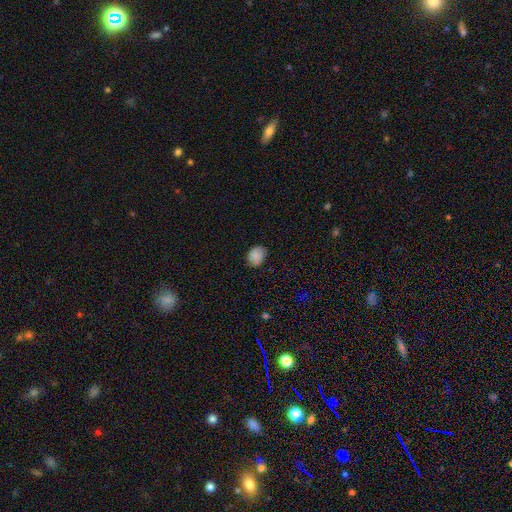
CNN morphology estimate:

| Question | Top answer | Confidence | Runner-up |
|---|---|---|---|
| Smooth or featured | smooth | 86% | star or artifact (8%) |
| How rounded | in between | 52% | round (47%) |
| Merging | none | 75% | minor disturbance (20%) |